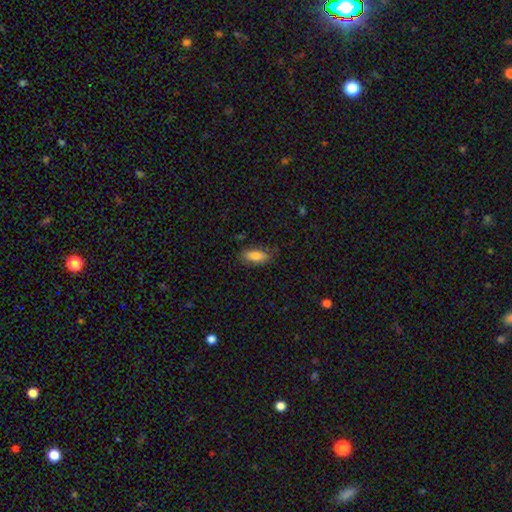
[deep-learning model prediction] Morphology: type=smooth (81%); roundness=in between (79%); merging=none (79%).